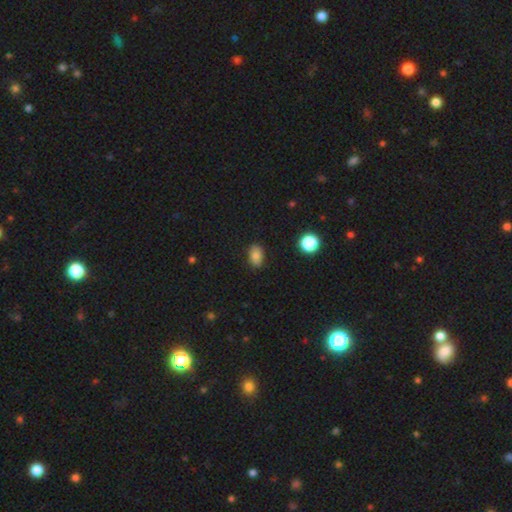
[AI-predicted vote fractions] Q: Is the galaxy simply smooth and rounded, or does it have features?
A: smooth — 82%.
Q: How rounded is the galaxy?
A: in between — 85%.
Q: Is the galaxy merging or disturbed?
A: none — 85%.